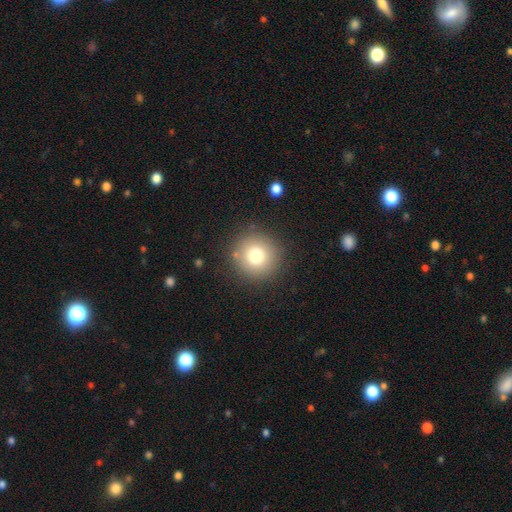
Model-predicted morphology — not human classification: A smooth galaxy with no disk features (77%) that is round (95%).

Vote fractions:
- Smooth or featured? smooth: 77% / star or artifact: 13% / featured or disk: 11%
- How rounded? round: 95% / in between: 4% / cigar-shaped: 1%
- Merging? none: 88% / minor disturbance: 7% / major disturbance: 3% / merger: 2%